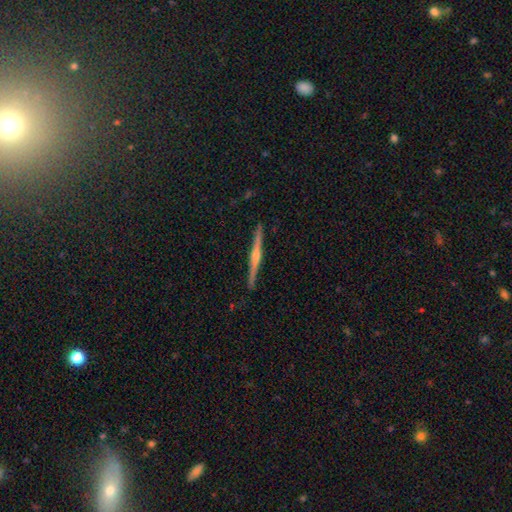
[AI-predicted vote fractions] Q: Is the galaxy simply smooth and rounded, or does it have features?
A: featured or disk — 80%.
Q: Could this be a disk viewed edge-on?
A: yes — 99%.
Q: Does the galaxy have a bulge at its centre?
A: rounded — 85%.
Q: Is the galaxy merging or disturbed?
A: none — 91%.